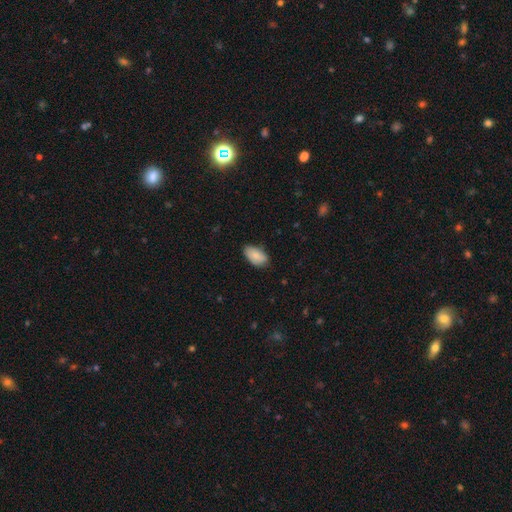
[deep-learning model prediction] Morphology: type=smooth (83%); roundness=in between (94%); merging=none (76%).